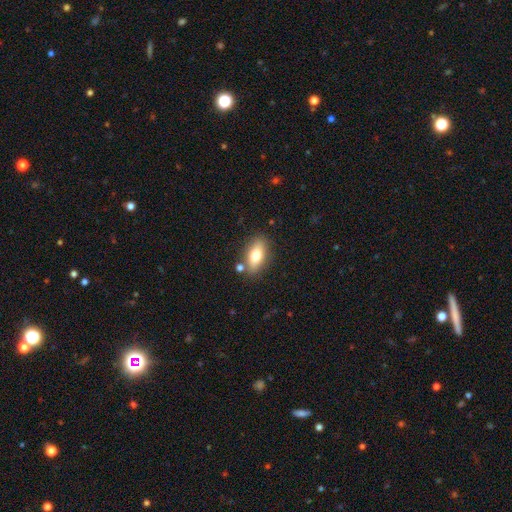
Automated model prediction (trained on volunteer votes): Overall: smooth (72%). How rounded: in between (82%). Merging: none (81%).